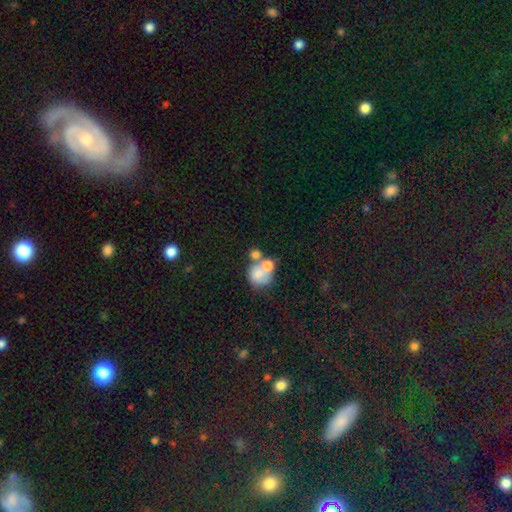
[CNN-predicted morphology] type=smooth (65%); roundness=round (66%); merging=merger (55%).